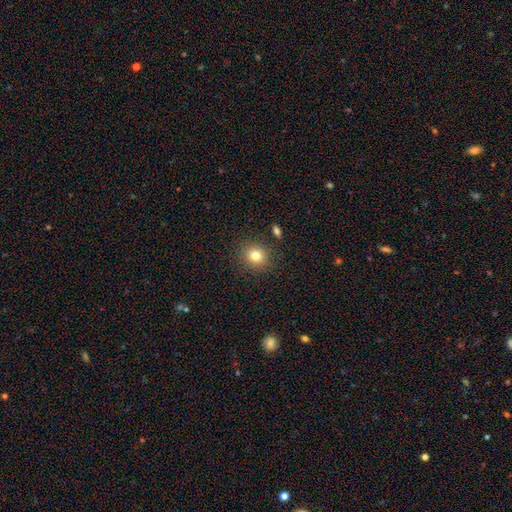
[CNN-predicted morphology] A smooth galaxy with no disk features (80%) that is round (82%).

Vote fractions:
- Smooth or featured? smooth: 80% / star or artifact: 12% / featured or disk: 8%
- How rounded? round: 82% / in between: 17% / cigar-shaped: 1%
- Merging? none: 87% / minor disturbance: 8% / major disturbance: 3% / merger: 3%